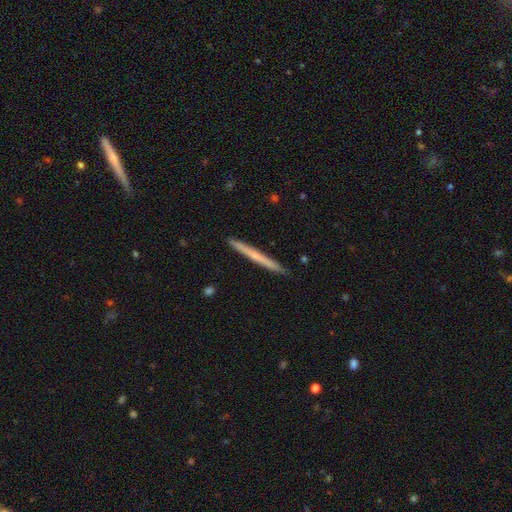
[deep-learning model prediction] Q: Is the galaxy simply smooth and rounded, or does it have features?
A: featured or disk — 48%.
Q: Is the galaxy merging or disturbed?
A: none — 91%.